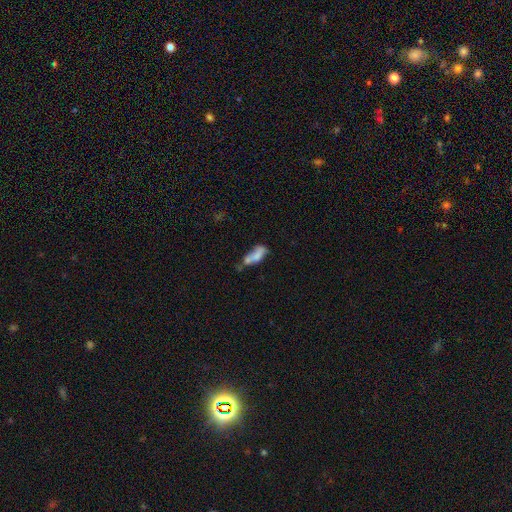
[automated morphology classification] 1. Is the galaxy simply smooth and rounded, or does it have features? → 64% smooth, 26% featured or disk, 10% star or artifact.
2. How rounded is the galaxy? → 67% in between, 30% cigar-shaped, 3% round.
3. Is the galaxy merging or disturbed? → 33% merger, 25% none, 23% minor disturbance, 19% major disturbance.